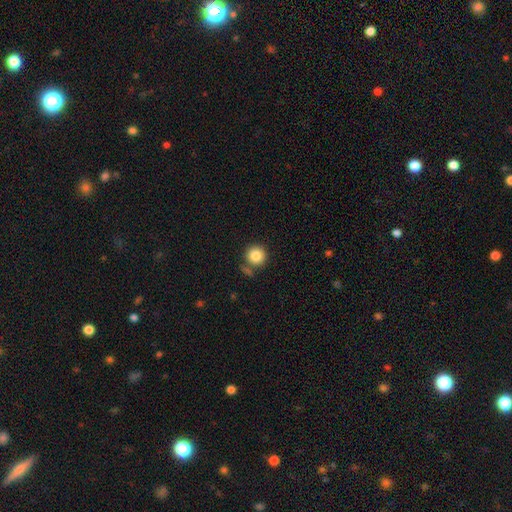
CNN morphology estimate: Overall: smooth (85%). How rounded: round (94%). Merging: none (75%).